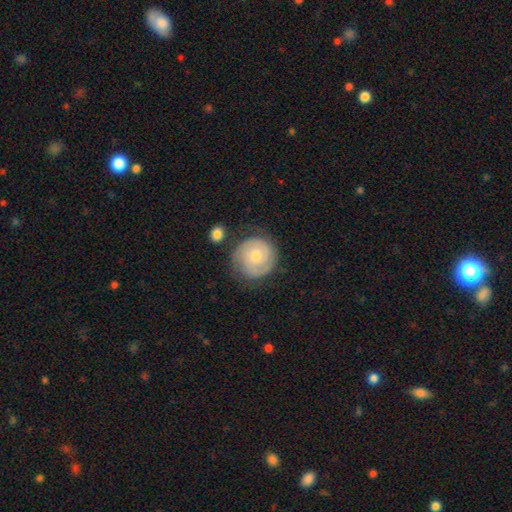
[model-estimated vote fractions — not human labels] smooth-or-featured: featured or disk: 53% | smooth: 40% | star or artifact: 7%
  disk-edge-on: no: 98% | yes: 2%
    bar: no: 78% | weak: 19% | strong: 3%
    has-spiral-arms: yes: 82% | no: 18%
    bulge-size: moderate: 57% | small: 37% | large: 3% | none: 1% | dominant: 1%
  merging: none: 71% | minor disturbance: 19% | major disturbance: 6% | merger: 3%